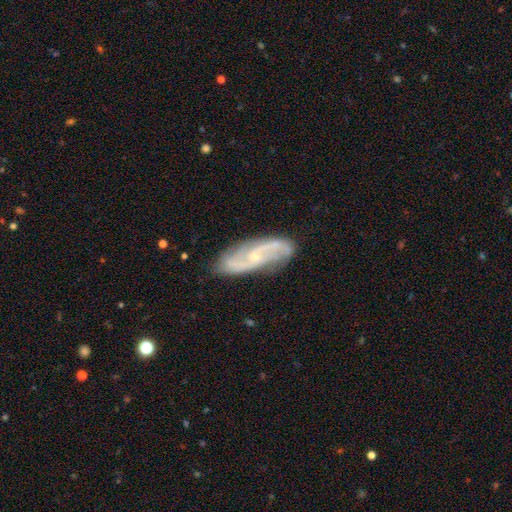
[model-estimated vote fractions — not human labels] Smooth or featured?
  - featured or disk: 82% *
  - smooth: 11%
  - star or artifact: 7%
Edge-on disk?
  - no: 89% *
  - yes: 11%
Bar?
  - no: 50% *
  - weak: 38%
  - strong: 12%
Spiral arms?
  - yes: 95% *
  - no: 5%
Spiral winding?
  - medium: 43% *
  - loose: 35%
  - tight: 21%
Spiral arm count?
  - 2: 72% *
  - can't tell: 12%
  - 3: 8%
  - 4: 3%
  - 1: 3%
  - more than 4: 2%
Bulge size?
  - small: 75% *
  - moderate: 20%
  - none: 3%
  - large: 1%
  - dominant: 1%
Merging?
  - none: 81% *
  - minor disturbance: 14%
  - major disturbance: 3%
  - merger: 2%